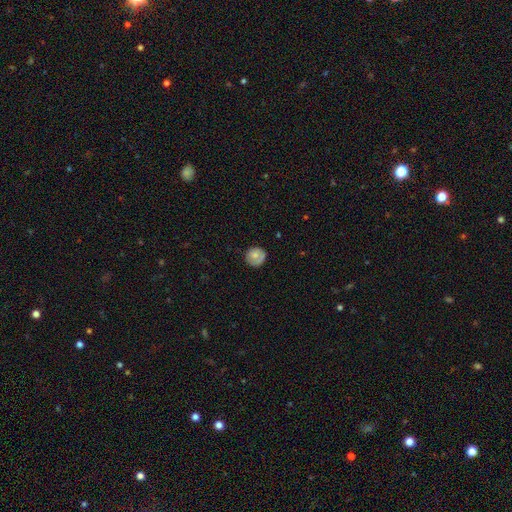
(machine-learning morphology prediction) Smooth or featured: smooth — 71% (featured or disk — 22%)
How rounded: round — 90% (in between — 9%)
Merging: none — 76% (minor disturbance — 18%)